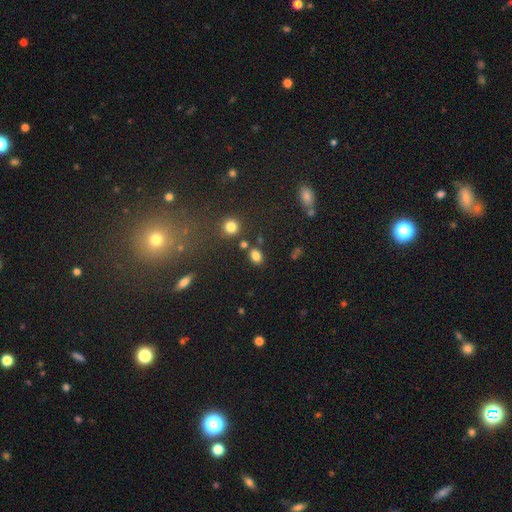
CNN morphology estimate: Smooth or featured? Predicted: smooth (p=0.81). How rounded? Predicted: in between (p=0.72). Merging? Predicted: none (p=0.77).